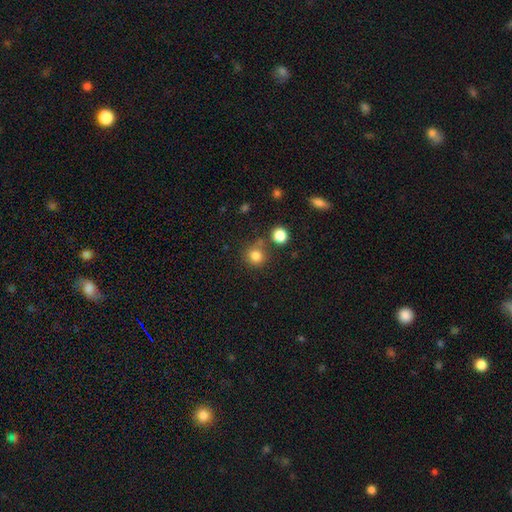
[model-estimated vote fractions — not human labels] smooth_or_featured: smooth (p=0.81) [alt: star or artifact p=0.13]
how_rounded: round (p=0.89) [alt: in between p=0.10]
merging: none (p=0.71) [alt: merger p=0.14]